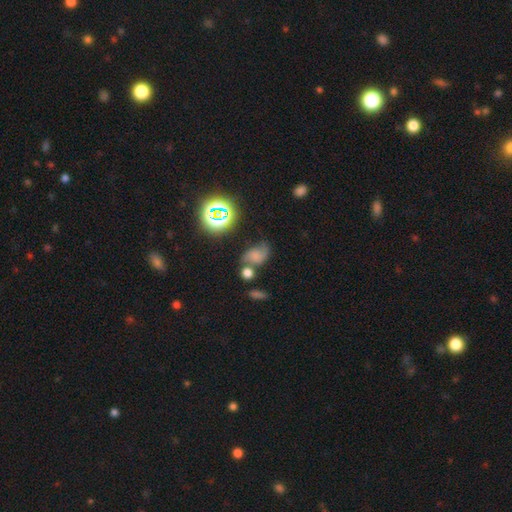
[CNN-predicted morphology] Overall: smooth (52%; featured or disk 26%). How rounded: in between (75%). Merging: none (40%; minor disturbance 24%).